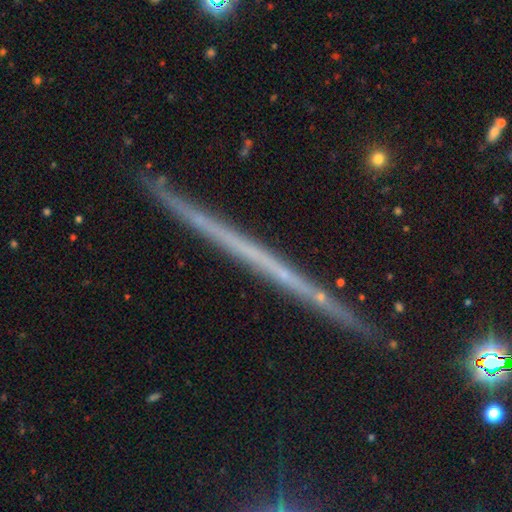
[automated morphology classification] This is likely a featured or disk galaxy (62%). It is clearly viewed edge-on (97%). Edge-on bulge: clearly none (92%). Merging: clearly none (91%).